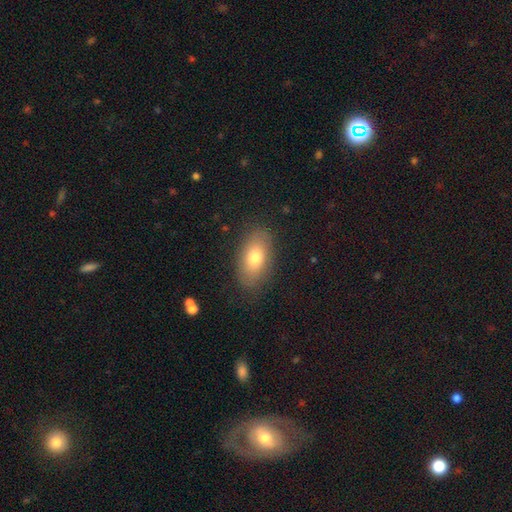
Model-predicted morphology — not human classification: This appears to be a smooth galaxy with no disk features (73%) that is in between round and cigar-shaped (91%). Merging: none (85%).